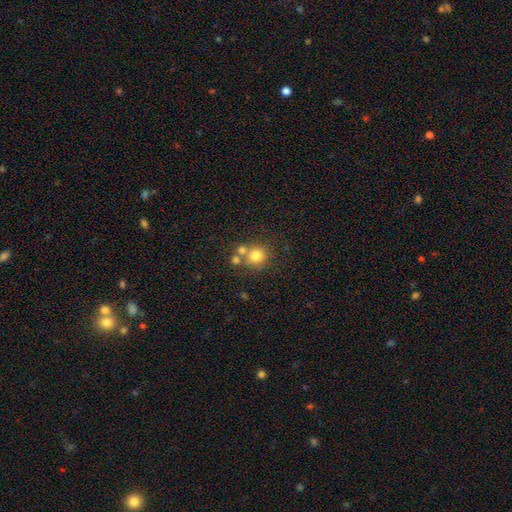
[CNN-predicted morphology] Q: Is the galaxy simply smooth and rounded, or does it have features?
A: smooth — 75%.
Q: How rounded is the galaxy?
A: round — 89%.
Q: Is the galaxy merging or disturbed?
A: none — 59%.